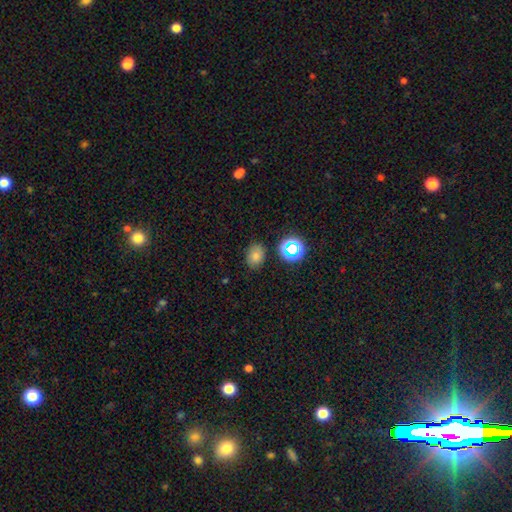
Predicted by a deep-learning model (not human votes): Smooth or featured?
  - smooth: 68% *
  - star or artifact: 24%
  - featured or disk: 9%
How rounded?
  - in between: 56% *
  - round: 43%
  - cigar-shaped: 1%
Merging?
  - none: 81% *
  - minor disturbance: 12%
  - major disturbance: 3%
  - merger: 3%